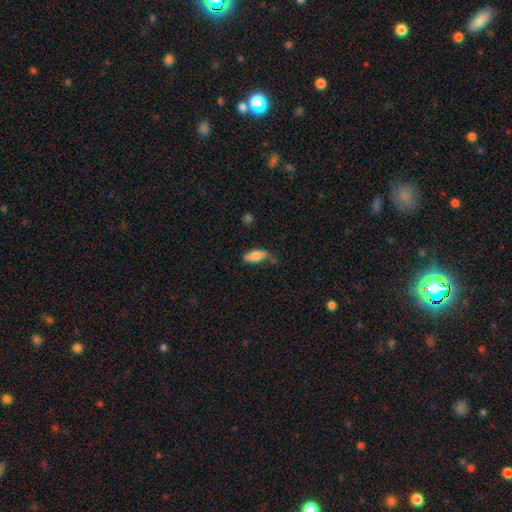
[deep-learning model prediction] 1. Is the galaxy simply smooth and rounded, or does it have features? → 81% smooth, 13% featured or disk, 7% star or artifact.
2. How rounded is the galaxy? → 77% in between, 21% cigar-shaped, 2% round.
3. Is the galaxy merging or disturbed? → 58% none, 29% minor disturbance, 7% major disturbance, 5% merger.